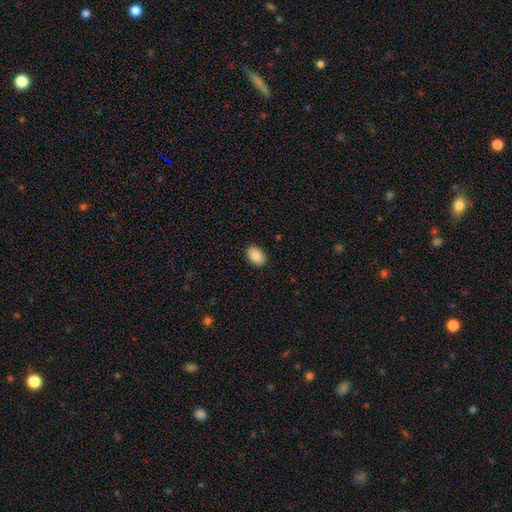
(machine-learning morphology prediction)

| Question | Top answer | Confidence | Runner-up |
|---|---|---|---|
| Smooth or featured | smooth | 87% | star or artifact (7%) |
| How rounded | in between | 82% | round (17%) |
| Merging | none | 90% | minor disturbance (8%) |